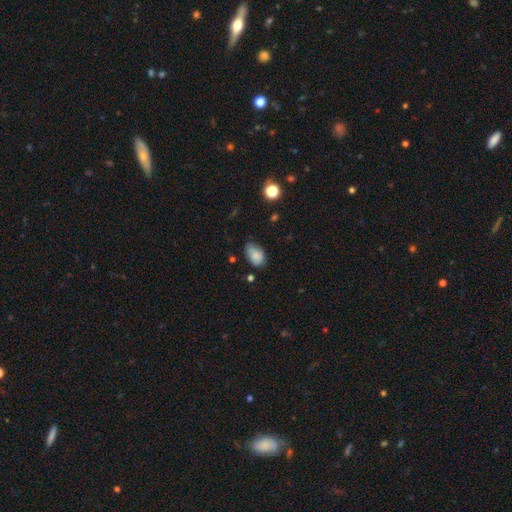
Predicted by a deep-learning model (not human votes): Overall: smooth (83%). How rounded: in between (87%). Merging: none (57%; minor disturbance 33%).